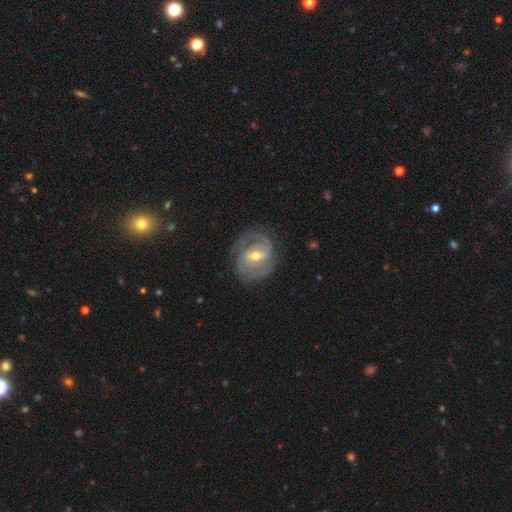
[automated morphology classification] A featured or disk galaxy (88%) with a weak bar (50%), 2 (53%) tight (55%) spiral arms (96%) and a moderate central bulge (61%).

Vote fractions:
- Smooth or featured? featured or disk: 88% / smooth: 8% / star or artifact: 5%
- Edge-on disk? no: 97% / yes: 3%
- Bar? weak: 50% / strong: 32% / no: 18%
- Spiral arms? yes: 96% / no: 4%
- Spiral winding? tight: 55% / medium: 36% / loose: 8%
- Spiral arm count? 2: 53% / 3: 20% / can't tell: 15% / 4: 4% / 1: 4% / more than 4: 3%
- Bulge size? moderate: 61% / small: 35% / large: 2% / none: 1% / dominant: 1%
- Merging? none: 76% / minor disturbance: 16% / major disturbance: 7% / merger: 1%